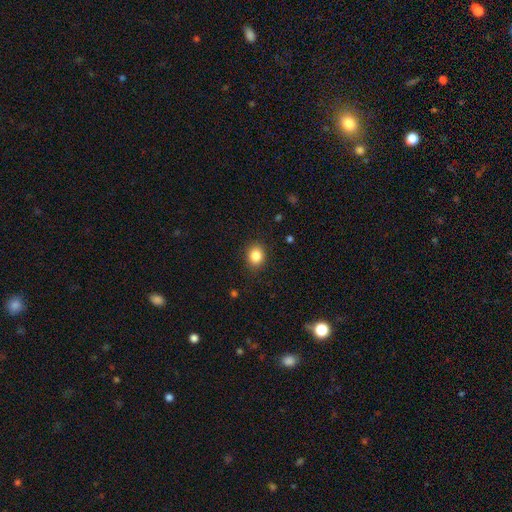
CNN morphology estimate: Smooth or featured: smooth — 85% (star or artifact — 10%)
How rounded: round — 63% (in between — 36%)
Merging: none — 87% (minor disturbance — 9%)